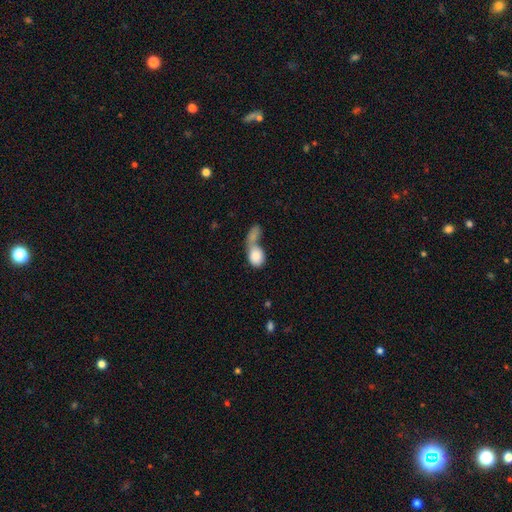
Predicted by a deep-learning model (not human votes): smooth 83%, featured or disk 11%, star or artifact 6%. Down the decision tree: how rounded — in between (65%); merging — merger (68%).